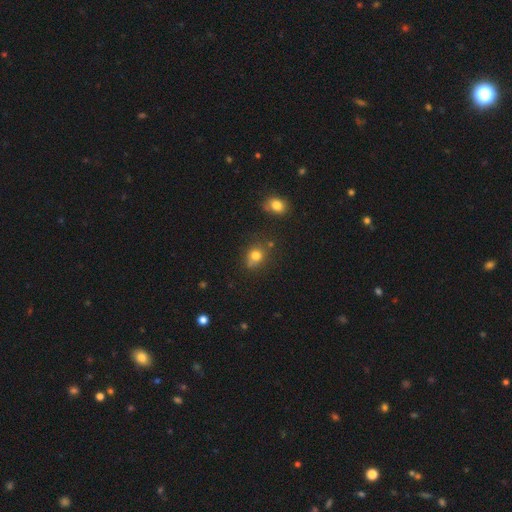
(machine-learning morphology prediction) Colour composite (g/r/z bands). It shows a smooth galaxy with no disk features (77%) that is round (65%). Merging: none (62%).